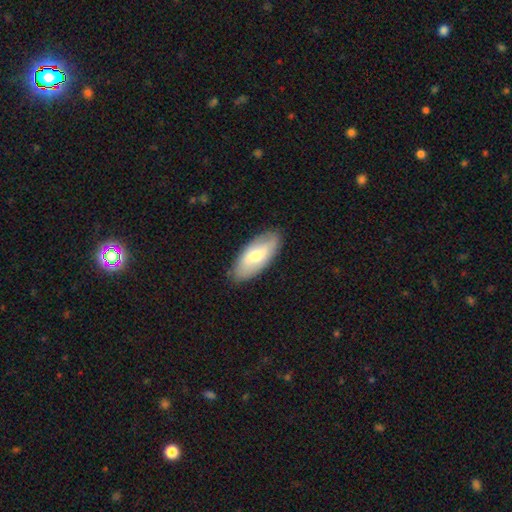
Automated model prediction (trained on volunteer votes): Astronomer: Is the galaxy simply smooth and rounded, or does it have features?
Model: smooth — 59% (runner-up: featured or disk, 35%).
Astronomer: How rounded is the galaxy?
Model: in between — 88%.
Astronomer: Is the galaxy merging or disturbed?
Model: none — 85%.